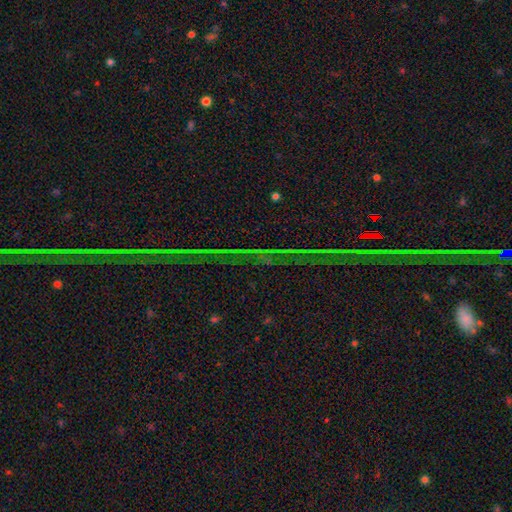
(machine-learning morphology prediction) This is clearly a star or artifact rather than a galaxy (85%).